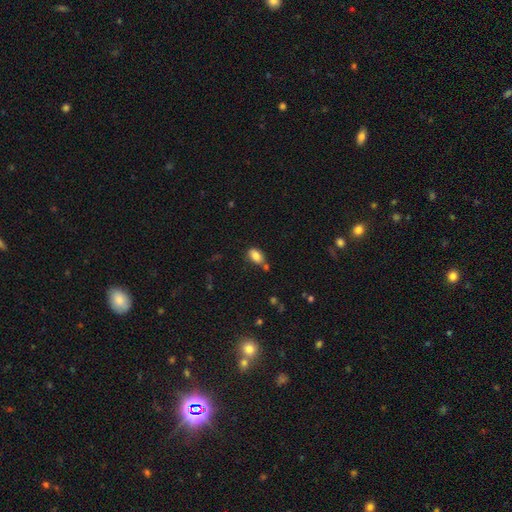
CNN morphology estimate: Q: Smooth or featured?
A: smooth (84%); runner-up: star or artifact (9%)
Q: How rounded?
A: in between (88%); runner-up: round (10%)
Q: Merging?
A: none (64%); runner-up: minor disturbance (18%)